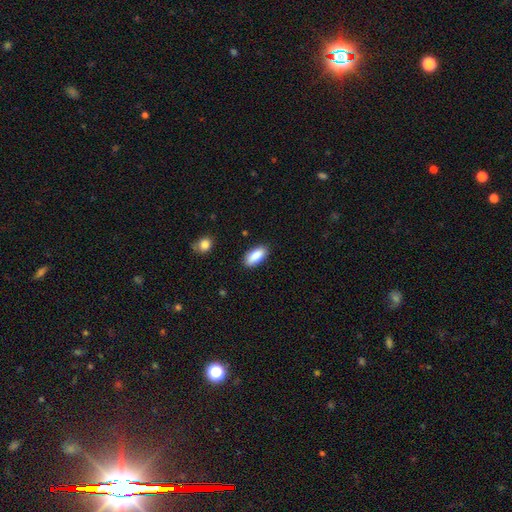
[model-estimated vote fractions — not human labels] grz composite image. It shows a smooth galaxy with no disk features (88%) that is in between round and cigar-shaped (87%). Merging: none (87%).